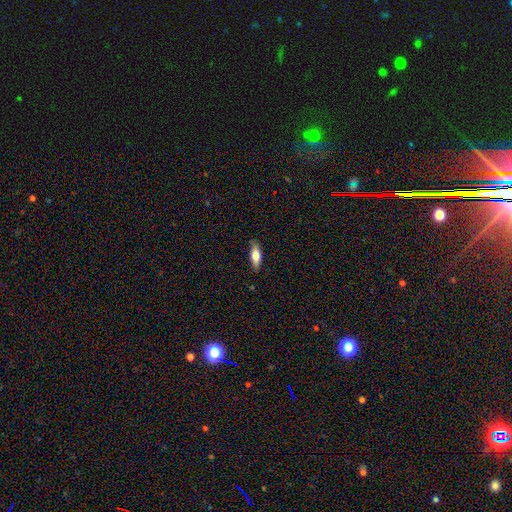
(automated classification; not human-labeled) A smooth galaxy with no disk features (66%) that is in between round and cigar-shaped (61%).

Vote fractions:
- Smooth or featured? smooth: 66% / featured or disk: 27% / star or artifact: 6%
- How rounded? in between: 61% / cigar-shaped: 36% / round: 3%
- Merging? none: 83% / minor disturbance: 14% / major disturbance: 2% / merger: 1%